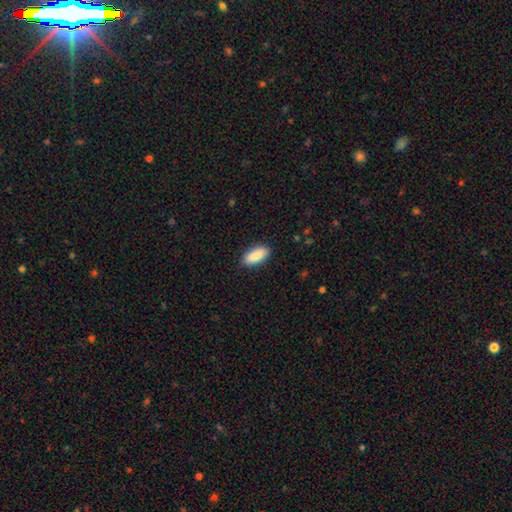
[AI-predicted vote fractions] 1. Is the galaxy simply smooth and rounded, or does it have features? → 89% smooth, 6% star or artifact, 5% featured or disk.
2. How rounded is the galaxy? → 83% in between, 15% cigar-shaped, 2% round.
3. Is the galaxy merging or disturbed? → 88% none, 9% minor disturbance, 2% major disturbance, 1% merger.